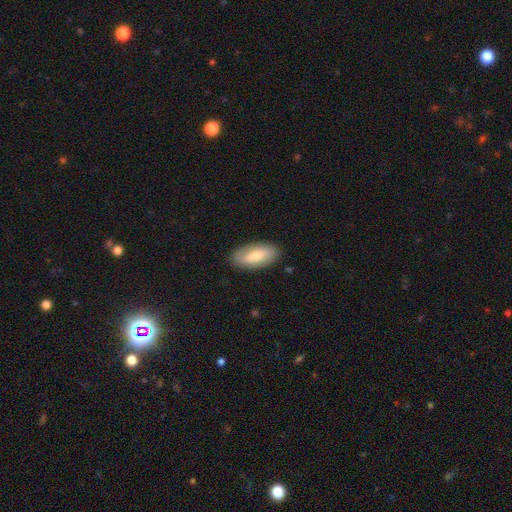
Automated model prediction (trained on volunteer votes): This is likely a smooth galaxy (69%). How rounded: clearly in between (88%). Merging: clearly none (86%).